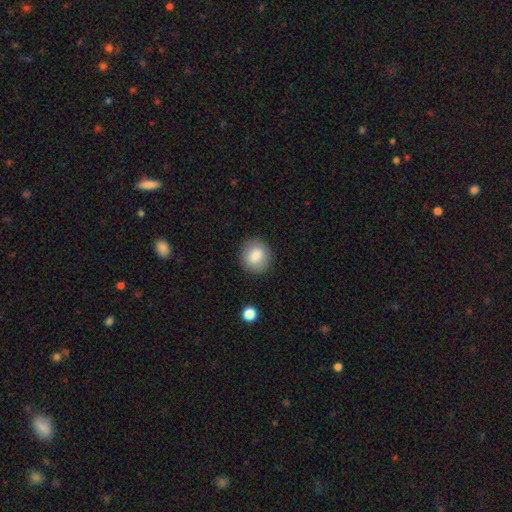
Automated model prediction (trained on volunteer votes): This is clearly a smooth galaxy (85%). How rounded: clearly round (80%). Merging: clearly none (86%).